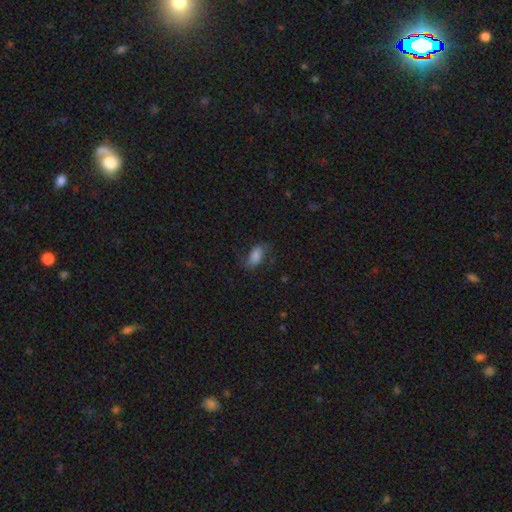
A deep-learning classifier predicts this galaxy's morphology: smooth_or_featured: smooth (p=0.62) [alt: featured or disk p=0.28]
how_rounded: in between (p=0.88) [alt: cigar-shaped p=0.06]
merging: none (p=0.64) [alt: minor disturbance p=0.21]